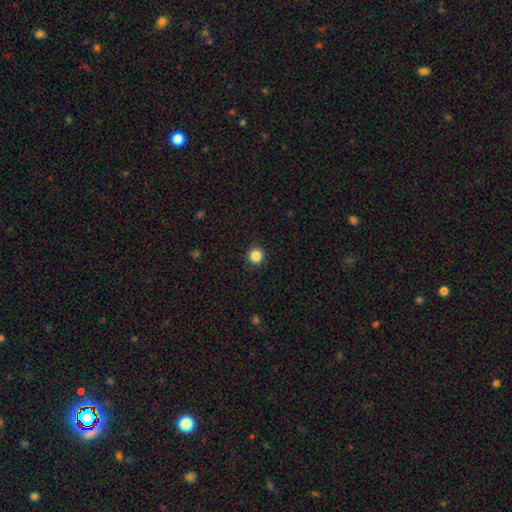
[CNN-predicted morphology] smooth 86%, star or artifact 11%, featured or disk 4%. Down the decision tree: how rounded — round (95%); merging — none (92%).